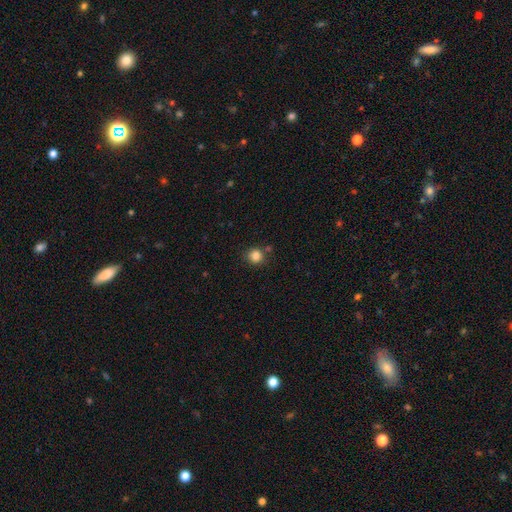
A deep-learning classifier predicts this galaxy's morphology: The model was most divided on "merging": none: 80%, minor disturbance: 10%, merger: 7%, major disturbance: 3%. More confident: how rounded — round (89%); smooth or featured — smooth (84%).